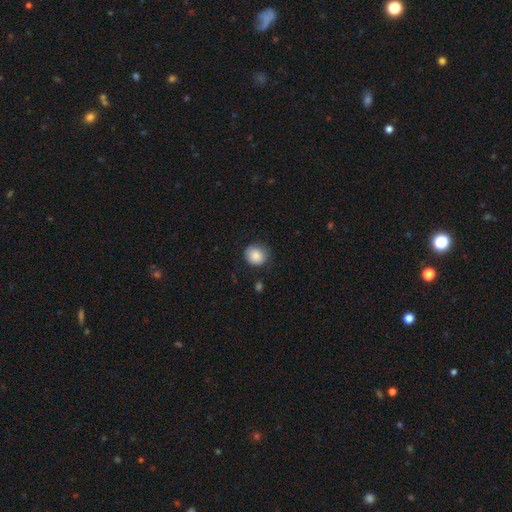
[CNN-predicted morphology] Smooth or featured? Predicted: smooth (p=0.86). How rounded? Predicted: round (p=0.86). Merging? Predicted: none (p=0.79).